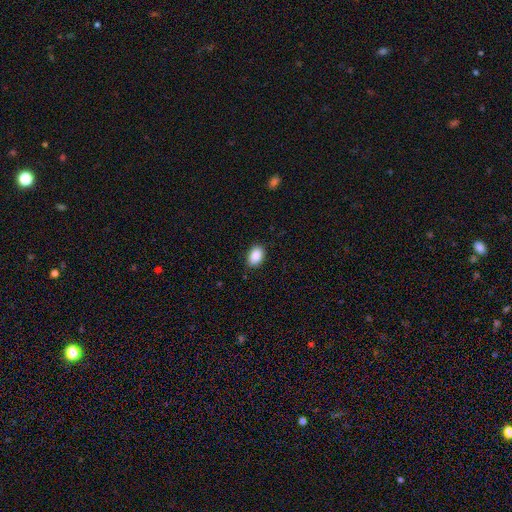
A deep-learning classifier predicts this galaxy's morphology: Overall: smooth (90%). How rounded: in between (86%). Merging: none (87%).